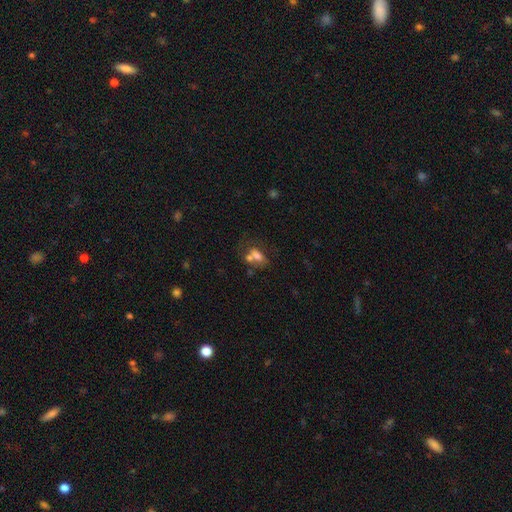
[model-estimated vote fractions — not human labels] smooth_or_featured: smooth (p=0.64) [alt: featured or disk p=0.23]
how_rounded: in between (p=0.77) [alt: round p=0.19]
merging: merger (p=0.46) [alt: none p=0.31]